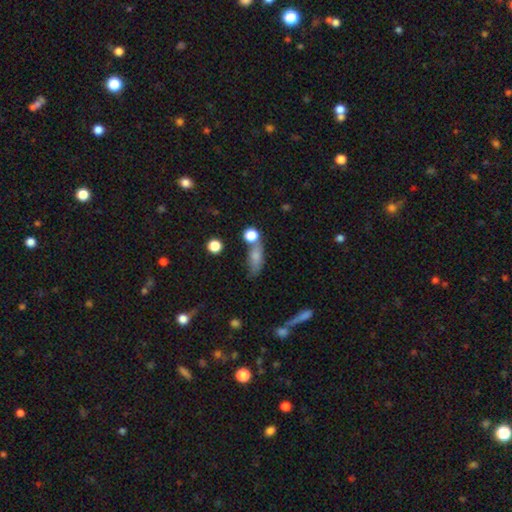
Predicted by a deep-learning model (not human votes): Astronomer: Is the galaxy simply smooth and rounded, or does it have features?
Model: smooth — 74%.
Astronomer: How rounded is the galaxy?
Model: in between — 62%.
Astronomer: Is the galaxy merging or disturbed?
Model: none — 52%.